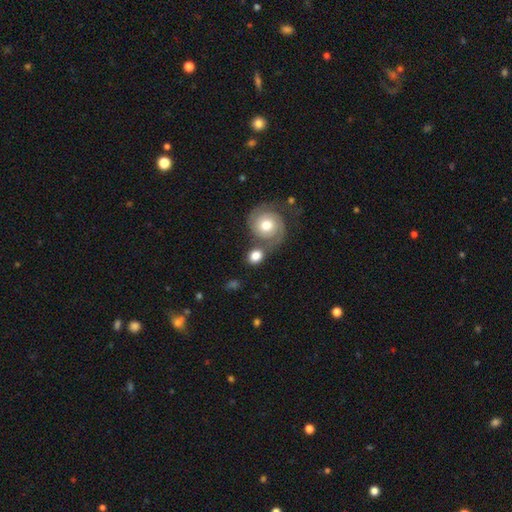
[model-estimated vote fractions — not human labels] smooth_or_featured: smooth (p=0.65) [alt: featured or disk p=0.27]
how_rounded: round (p=0.64) [alt: in between p=0.35]
merging: none (p=0.52) [alt: merger p=0.29]